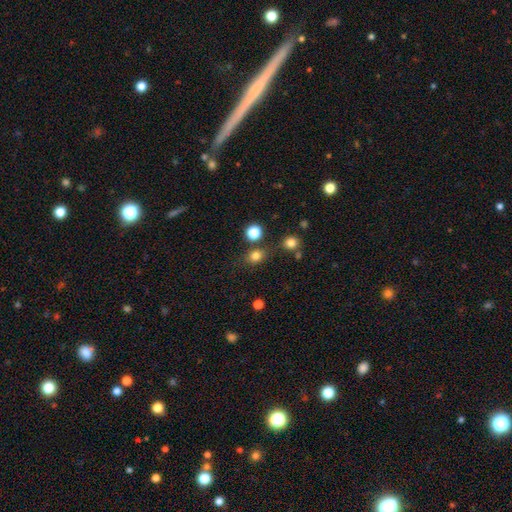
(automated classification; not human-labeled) A smooth galaxy with no disk features (79%) that is round (63%).

Vote fractions:
- Smooth or featured? smooth: 79% / star or artifact: 15% / featured or disk: 6%
- How rounded? round: 63% / in between: 35% / cigar-shaped: 1%
- Merging? none: 74% / minor disturbance: 12% / merger: 10% / major disturbance: 4%